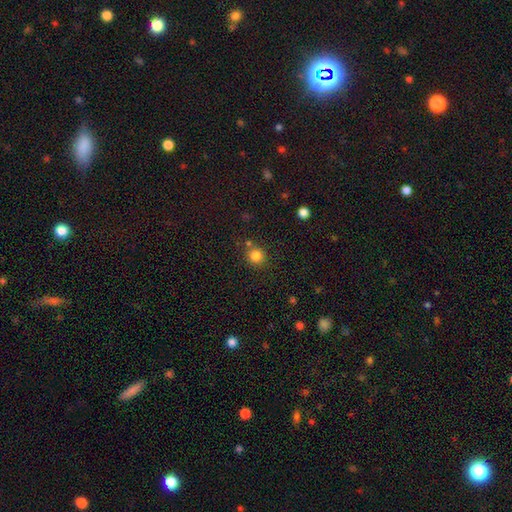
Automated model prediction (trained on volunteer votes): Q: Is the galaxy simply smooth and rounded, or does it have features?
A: smooth — 83%.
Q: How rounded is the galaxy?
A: round — 92%.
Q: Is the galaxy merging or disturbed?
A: none — 79%.